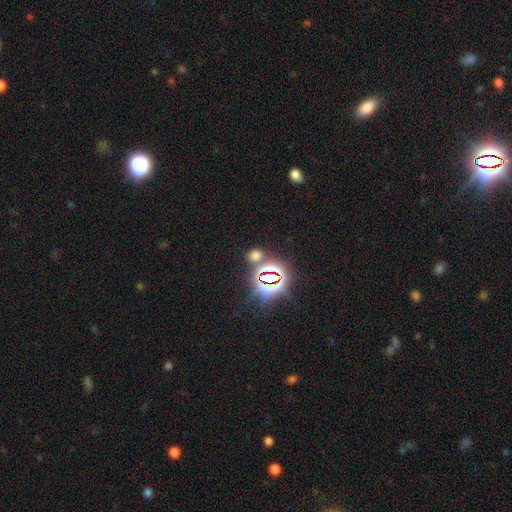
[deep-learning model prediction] A smooth galaxy with no disk features (47%, tied with star or artifact). Merging: none (75%).